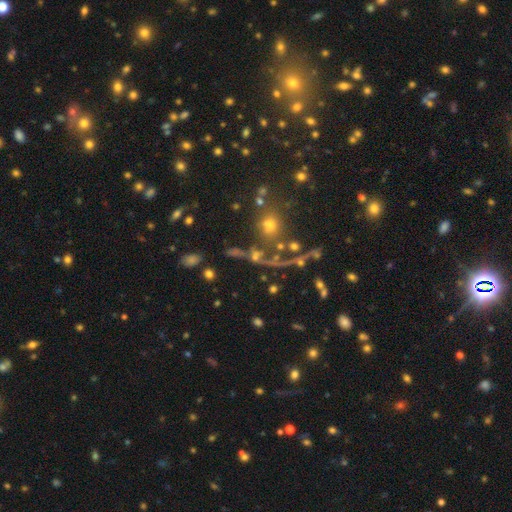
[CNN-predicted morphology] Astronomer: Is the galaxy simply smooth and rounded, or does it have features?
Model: smooth — 39% (runner-up: featured or disk, 32%).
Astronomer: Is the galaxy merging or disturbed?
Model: none — 36% (runner-up: merger, 32%).